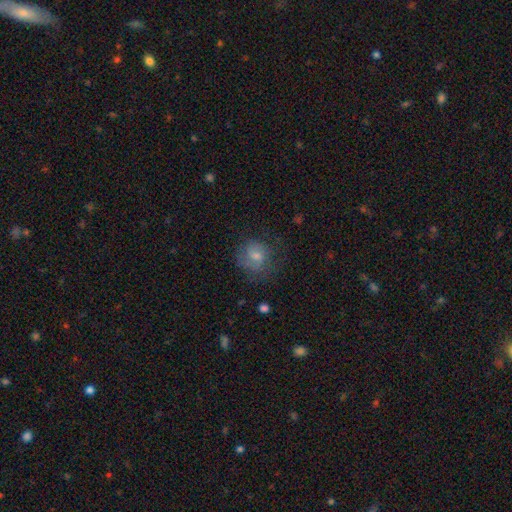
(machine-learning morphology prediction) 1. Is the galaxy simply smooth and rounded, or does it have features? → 55% smooth, 30% featured or disk, 14% star or artifact.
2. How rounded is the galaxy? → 75% round, 24% in between, 1% cigar-shaped.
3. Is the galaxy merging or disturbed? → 62% none, 21% minor disturbance, 15% major disturbance, 2% merger.